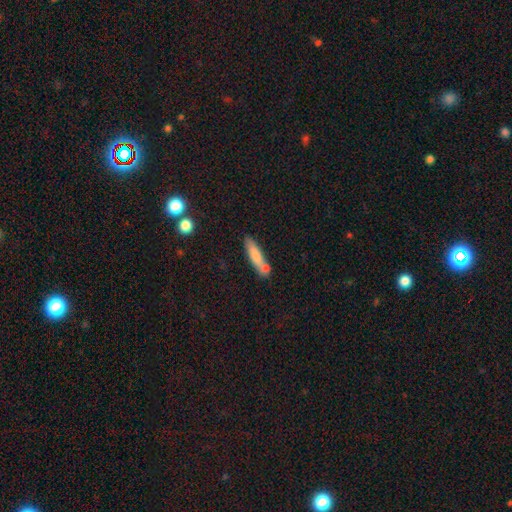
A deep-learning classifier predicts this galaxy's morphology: Q: Smooth or featured?
A: smooth (77%); runner-up: featured or disk (16%)
Q: How rounded?
A: cigar-shaped (75%); runner-up: in between (23%)
Q: Merging?
A: none (60%); runner-up: merger (22%)